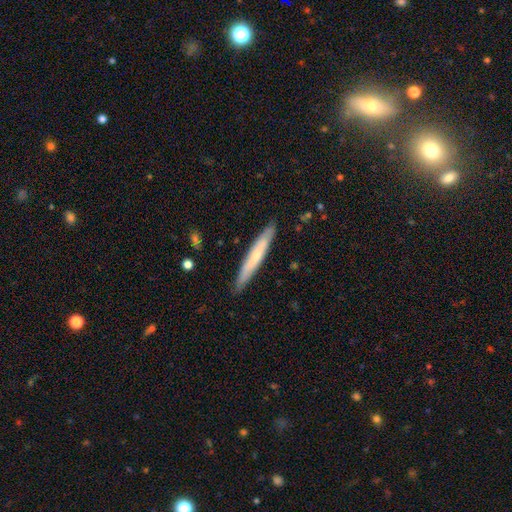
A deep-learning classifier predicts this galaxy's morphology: A smooth galaxy with no disk features (53%) that is cigar-shaped (95%). Merging: none (88%).